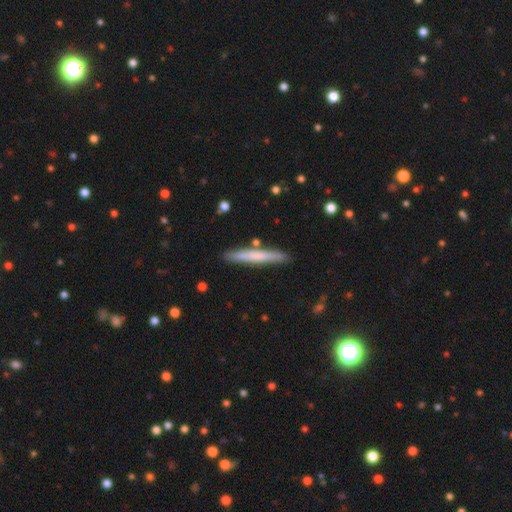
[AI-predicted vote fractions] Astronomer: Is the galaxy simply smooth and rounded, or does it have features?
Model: smooth — 65%.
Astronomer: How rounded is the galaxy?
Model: cigar-shaped — 96%.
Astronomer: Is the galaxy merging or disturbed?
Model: none — 87%.